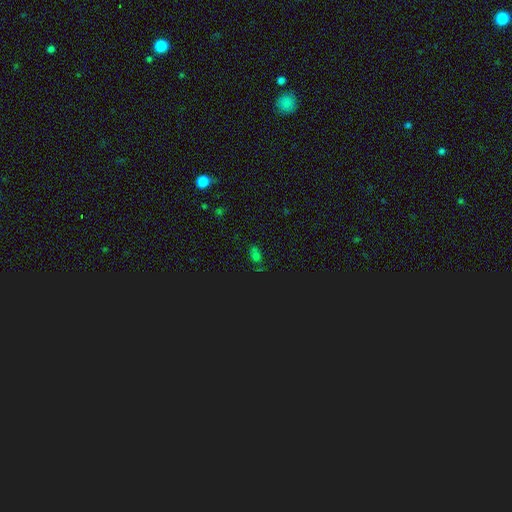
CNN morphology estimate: Smooth or featured?
  - star or artifact: 54% *
  - smooth: 37%
  - featured or disk: 9%